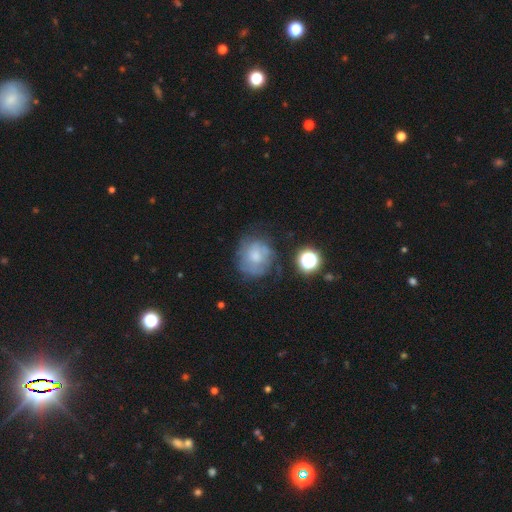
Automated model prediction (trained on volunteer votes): Overall: smooth (48%; featured or disk 40%). Merging: none (56%; minor disturbance 25%).